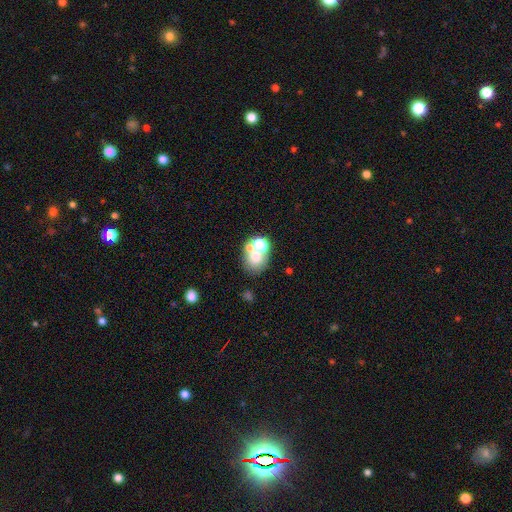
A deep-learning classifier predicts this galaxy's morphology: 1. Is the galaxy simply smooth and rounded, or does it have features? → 61% smooth, 24% featured or disk, 15% star or artifact.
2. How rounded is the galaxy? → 61% round, 38% in between, 1% cigar-shaped.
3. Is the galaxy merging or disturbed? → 45% merger, 41% none, 9% minor disturbance, 6% major disturbance.